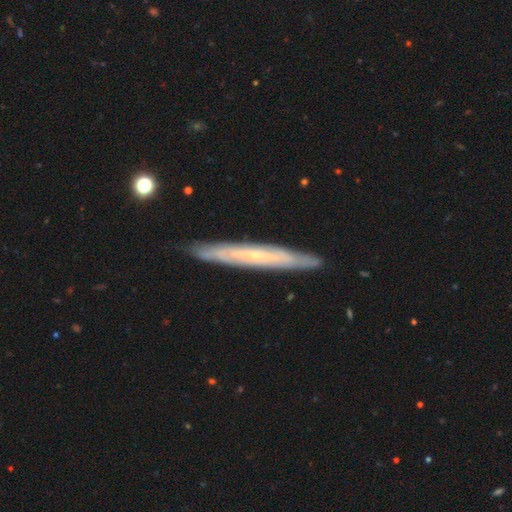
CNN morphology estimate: The model was most divided on "edge-on bulge": none: 64%, rounded: 33%, boxy: 3%. More confident: merging — none (88%); edge-on disk — yes (82%); smooth or featured — featured or disk (69%).